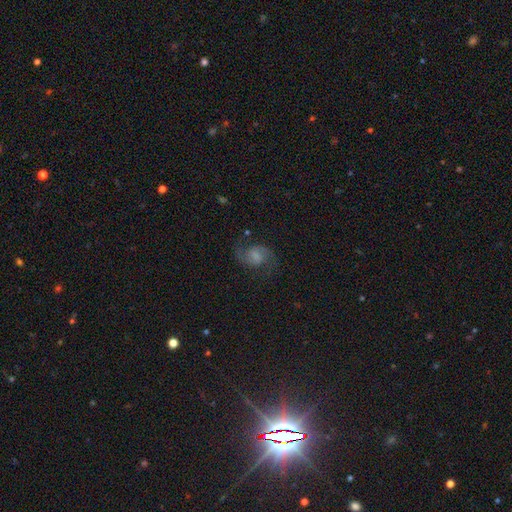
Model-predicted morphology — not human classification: Smooth or featured? featured or disk (76%)
Edge-on disk? no (98%)
Bar? no (48%)
Spiral arms? yes (96%)
Spiral winding? medium (49%)
Spiral arm count? 2 (93%)
Bulge size? none (33%)
Merging? none (75%)